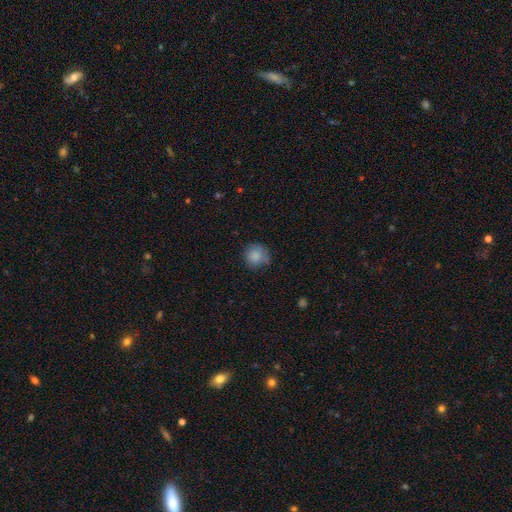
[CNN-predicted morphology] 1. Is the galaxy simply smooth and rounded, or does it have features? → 85% smooth, 9% star or artifact, 6% featured or disk.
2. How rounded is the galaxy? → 91% round, 8% in between, 1% cigar-shaped.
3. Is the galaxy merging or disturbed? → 71% none, 22% minor disturbance, 5% major disturbance, 2% merger.